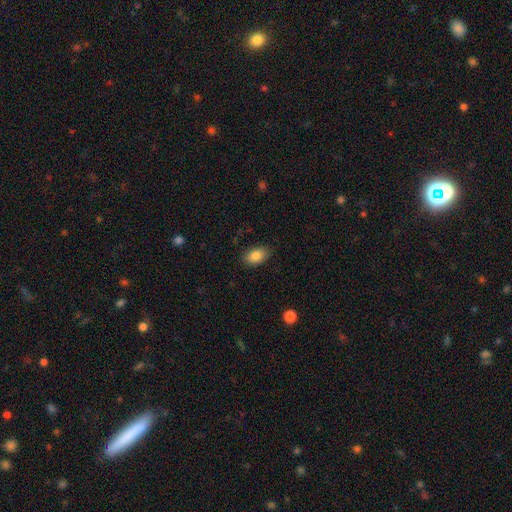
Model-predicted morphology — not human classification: Smooth or featured?
  - smooth: 85% *
  - star or artifact: 8%
  - featured or disk: 7%
How rounded?
  - in between: 90% *
  - round: 9%
  - cigar-shaped: 2%
Merging?
  - none: 85% *
  - minor disturbance: 12%
  - major disturbance: 3%
  - merger: 1%